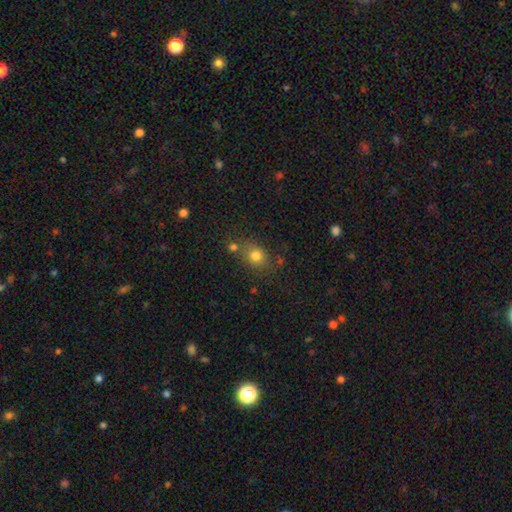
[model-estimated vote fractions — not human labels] Smooth or featured: smooth — 77% (star or artifact — 13%)
How rounded: round — 61% (in between — 37%)
Merging: none — 62% (merger — 18%)